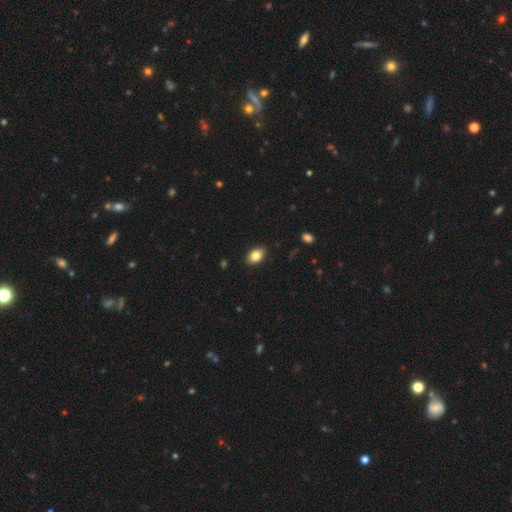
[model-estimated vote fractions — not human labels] Smooth or featured? Predicted: smooth (p=0.83). How rounded? Predicted: in between (p=0.89). Merging? Predicted: none (p=0.88).